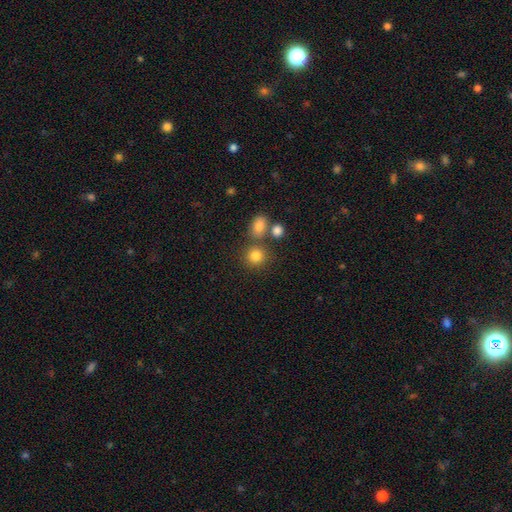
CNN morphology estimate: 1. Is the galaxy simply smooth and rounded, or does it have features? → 81% smooth, 12% star or artifact, 6% featured or disk.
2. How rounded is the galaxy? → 85% round, 14% in between, 1% cigar-shaped.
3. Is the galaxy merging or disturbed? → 71% none, 16% merger, 9% minor disturbance, 4% major disturbance.